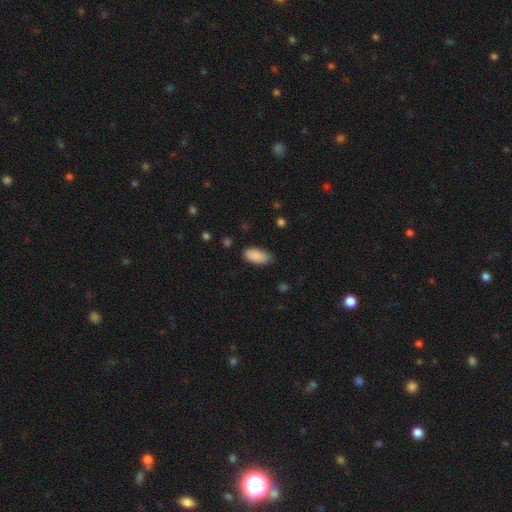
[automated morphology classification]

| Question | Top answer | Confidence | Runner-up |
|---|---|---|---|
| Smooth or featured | smooth | 89% | star or artifact (7%) |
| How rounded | in between | 91% | cigar-shaped (6%) |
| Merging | none | 76% | minor disturbance (20%) |